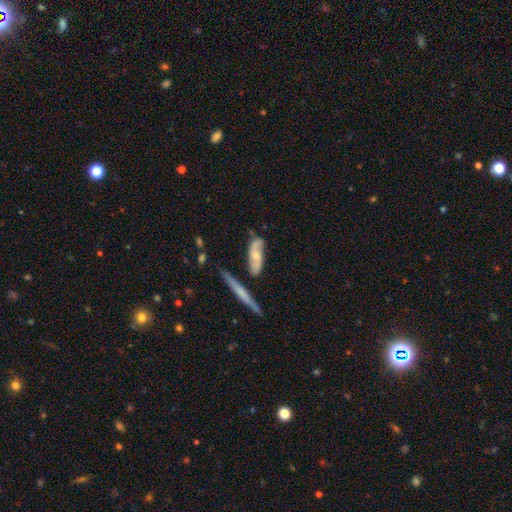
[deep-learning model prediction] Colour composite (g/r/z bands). It shows a featured or disk galaxy (62%) with no bar (61%), spiral arms (87%) and a moderate central bulge (47%). Merging: none (59%).